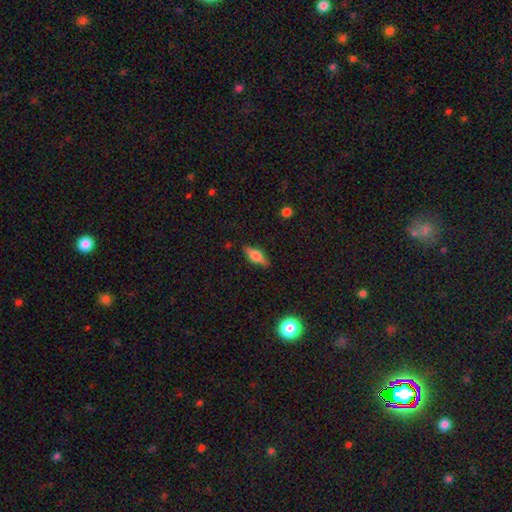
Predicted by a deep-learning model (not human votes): Q: Smooth or featured?
A: featured or disk (47%); runner-up: smooth (45%)
Q: Merging?
A: none (83%); runner-up: minor disturbance (13%)